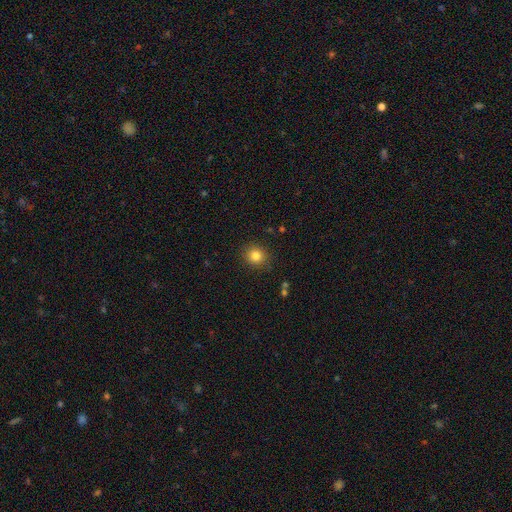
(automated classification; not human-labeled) A smooth galaxy with no disk features (82%) that is round (85%). Merging: none (89%).